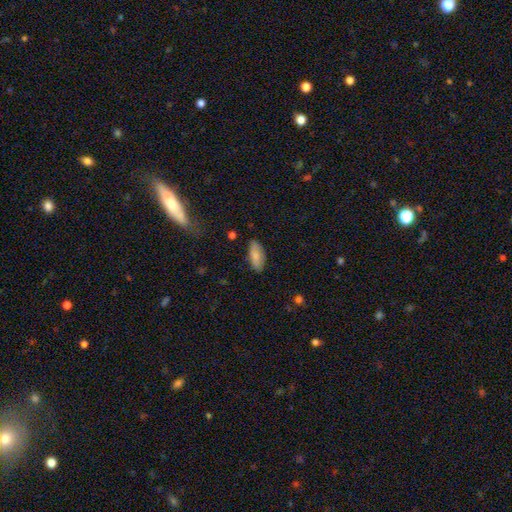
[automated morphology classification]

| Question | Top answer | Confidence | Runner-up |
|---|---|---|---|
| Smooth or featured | smooth | 80% | featured or disk (13%) |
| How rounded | in between | 87% | cigar-shaped (11%) |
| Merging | none | 81% | minor disturbance (15%) |